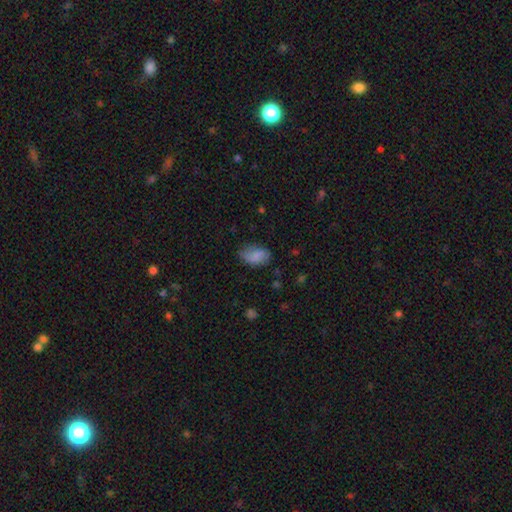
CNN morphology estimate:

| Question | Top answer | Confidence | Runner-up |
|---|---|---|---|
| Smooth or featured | smooth | 79% | featured or disk (13%) |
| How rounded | in between | 88% | round (10%) |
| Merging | none | 62% | minor disturbance (28%) |